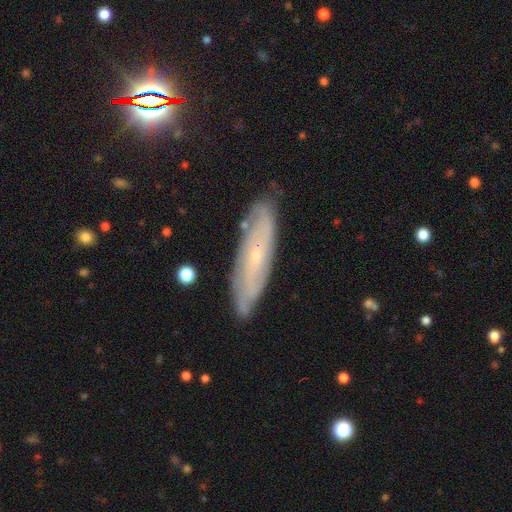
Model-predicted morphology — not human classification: smooth_or_featured: featured or disk (p=0.70) [alt: smooth p=0.21]
disk_edge_on: no (p=0.67) [alt: yes p=0.33]
merging: none (p=0.83) [alt: minor disturbance p=0.13]